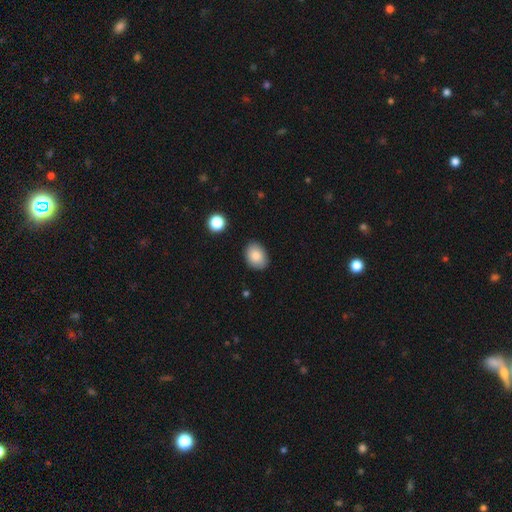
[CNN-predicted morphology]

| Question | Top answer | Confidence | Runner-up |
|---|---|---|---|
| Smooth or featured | smooth | 86% | star or artifact (8%) |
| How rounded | in between | 75% | round (24%) |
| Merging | none | 85% | minor disturbance (11%) |